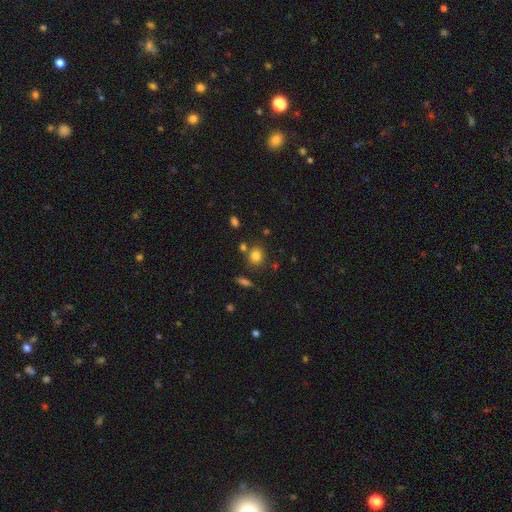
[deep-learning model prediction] Morphology: type=smooth (80%); roundness=round (75%); merging=none (76%).